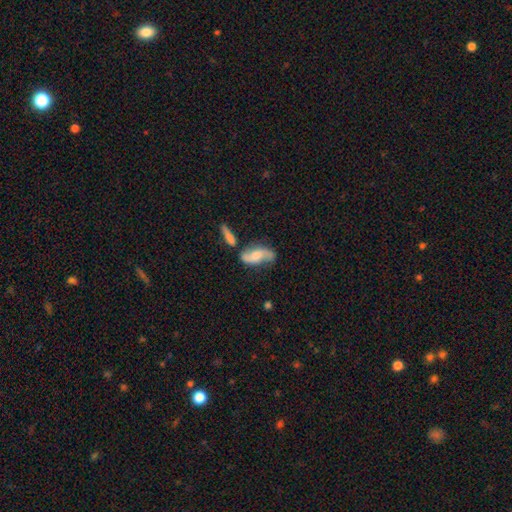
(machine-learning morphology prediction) A featured or disk galaxy (65%) with no bar (53%), 2 (90%) loose (67%) spiral arms (91%) and a moderate central bulge (41%). Merging: none (57%).